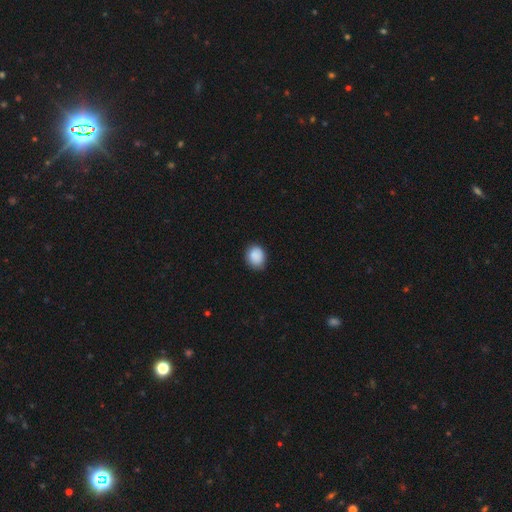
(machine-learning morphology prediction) This is clearly a smooth galaxy (89%). How rounded: likely round (61%). Merging: likely none (79%).